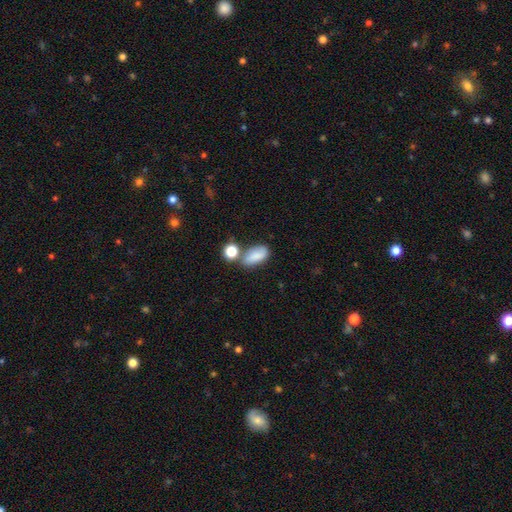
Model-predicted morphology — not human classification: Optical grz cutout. It shows a smooth galaxy with no disk features (82%) that is in between round and cigar-shaped (86%). Merging: none (55%).